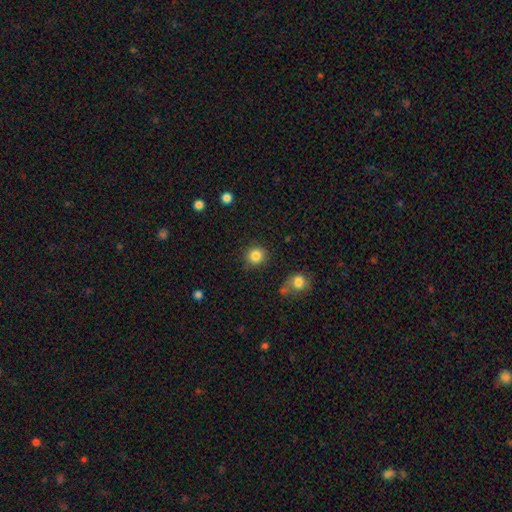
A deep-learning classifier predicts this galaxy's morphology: Smooth or featured: smooth — 85% (star or artifact — 10%)
How rounded: round — 88% (in between — 11%)
Merging: none — 86% (minor disturbance — 9%)